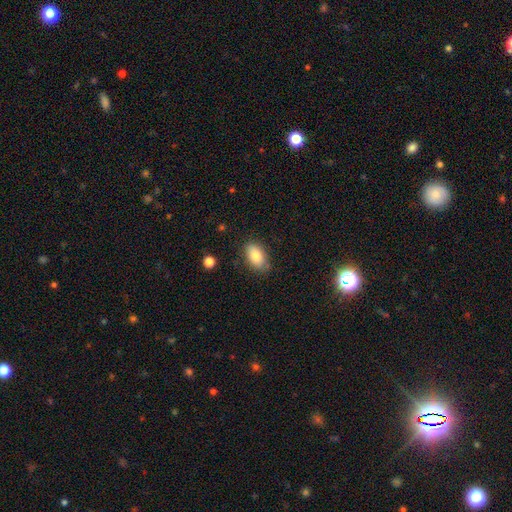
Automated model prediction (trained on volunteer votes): The model was most divided on "merging": none: 79%, minor disturbance: 16%, major disturbance: 3%, merger: 2%. More confident: how rounded — in between (92%); smooth or featured — smooth (83%).